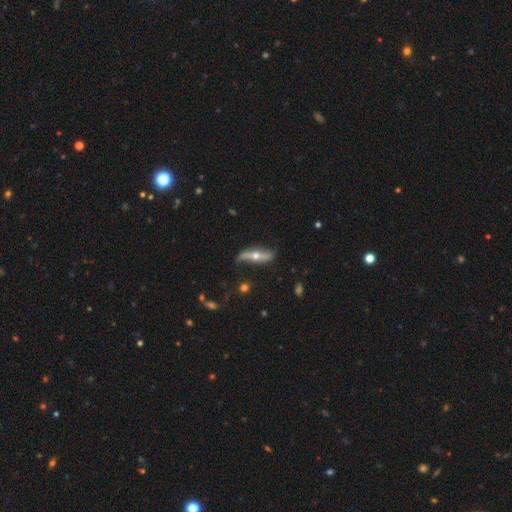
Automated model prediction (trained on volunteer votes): Smooth or featured: featured or disk — 73% (smooth — 21%)
Edge-on disk: yes — 60% (no — 40%)
Merging: none — 72% (minor disturbance — 20%)